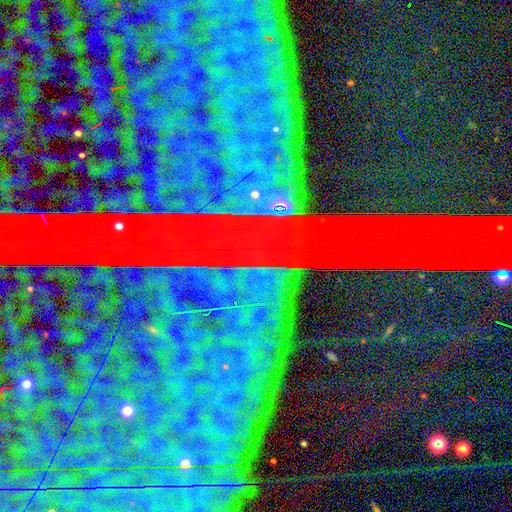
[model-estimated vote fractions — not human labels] Smooth or featured?
  - star or artifact: 89% *
  - featured or disk: 6%
  - smooth: 5%